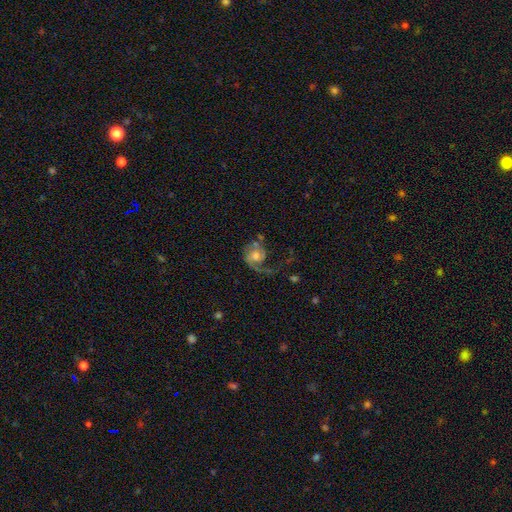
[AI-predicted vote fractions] smooth_or_featured: featured or disk (p=0.76) [alt: smooth p=0.18]
disk_edge_on: no (p=0.98) [alt: yes p=0.02]
bar: no (p=0.63) [alt: weak p=0.31]
has_spiral_arms: yes (p=0.91) [alt: no p=0.09]
spiral_winding: medium (p=0.41) [alt: loose p=0.40]
spiral_arm_count: 1 (p=0.53) [alt: 2 p=0.38]
bulge_size: moderate (p=0.55) [alt: small p=0.22]
merging: major disturbance (p=0.39) [alt: none p=0.38]